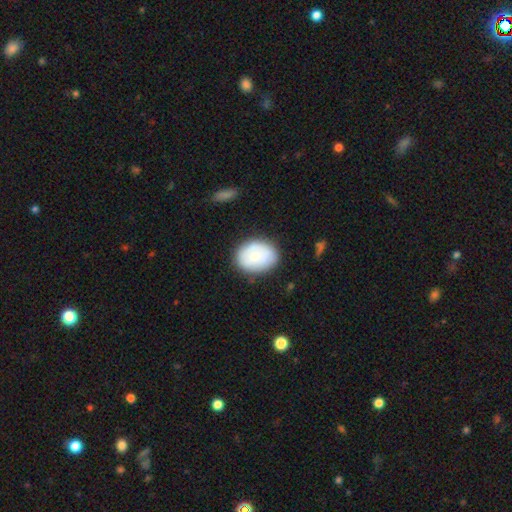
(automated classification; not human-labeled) A smooth galaxy with no disk features (69%) that is in between round and cigar-shaped (59%). Merging: none (77%).